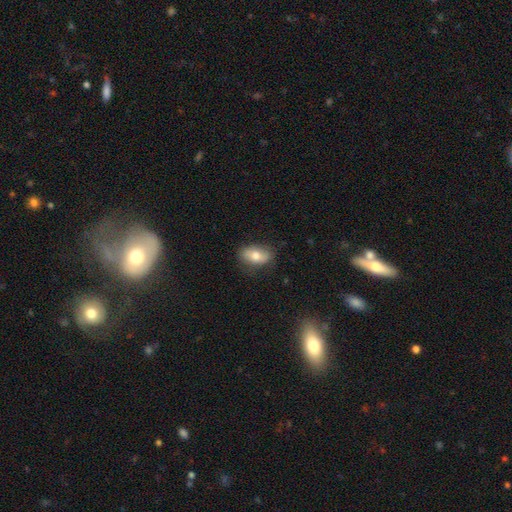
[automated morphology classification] The model was most divided on "smooth or featured": smooth: 71%, featured or disk: 22%, star or artifact: 7%. More confident: how rounded — in between (87%); merging — none (77%).